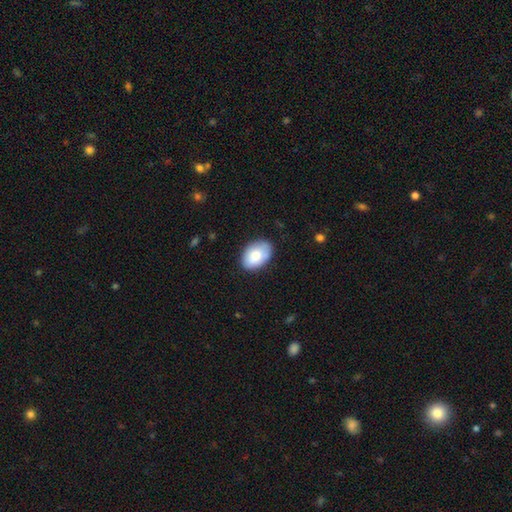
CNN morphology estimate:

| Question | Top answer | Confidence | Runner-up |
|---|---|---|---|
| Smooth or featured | smooth | 82% | featured or disk (12%) |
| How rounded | in between | 88% | round (11%) |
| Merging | none | 82% | minor disturbance (14%) |